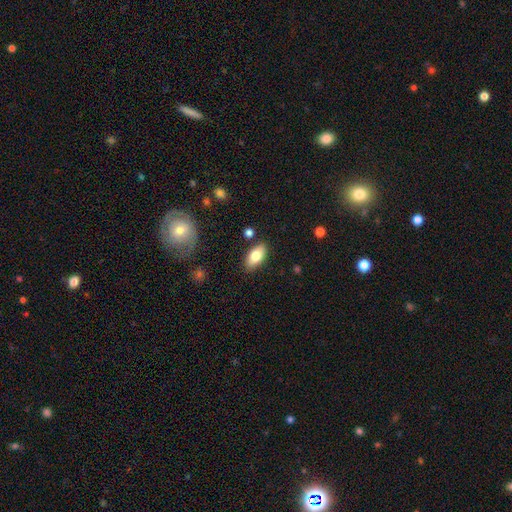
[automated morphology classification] Q: Smooth or featured?
A: smooth (77%); runner-up: featured or disk (16%)
Q: How rounded?
A: in between (90%); runner-up: cigar-shaped (7%)
Q: Merging?
A: none (85%); runner-up: minor disturbance (10%)